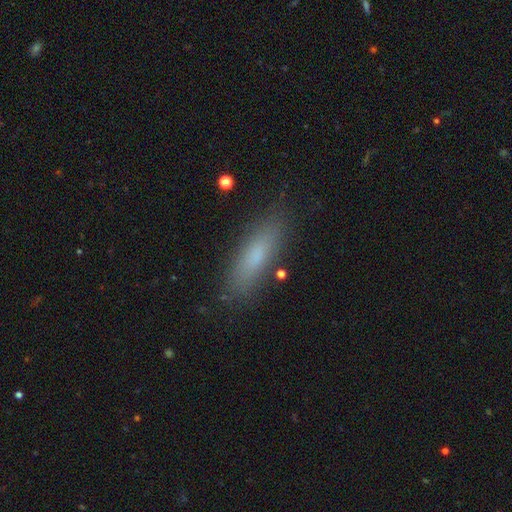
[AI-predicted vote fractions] Smooth or featured?
  - smooth: 76% *
  - featured or disk: 15%
  - star or artifact: 9%
How rounded?
  - cigar-shaped: 54% *
  - in between: 44%
  - round: 2%
Merging?
  - none: 84% *
  - minor disturbance: 11%
  - major disturbance: 3%
  - merger: 2%